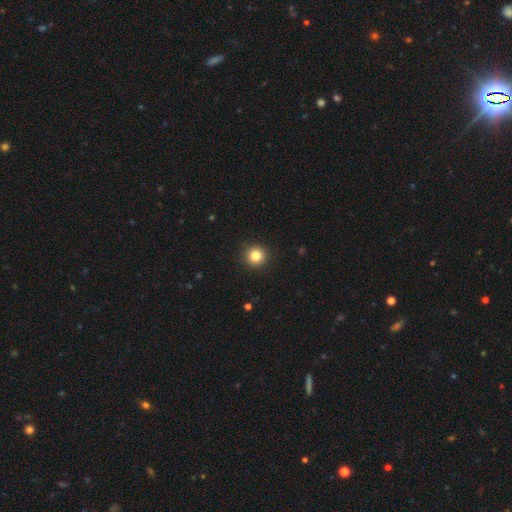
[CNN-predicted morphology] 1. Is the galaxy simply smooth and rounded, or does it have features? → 83% smooth, 11% star or artifact, 5% featured or disk.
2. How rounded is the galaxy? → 95% round, 4% in between, 1% cigar-shaped.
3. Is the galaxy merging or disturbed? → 93% none, 5% minor disturbance, 2% major disturbance, 1% merger.